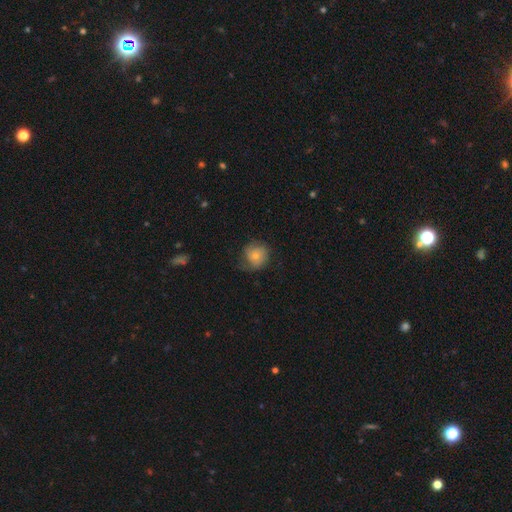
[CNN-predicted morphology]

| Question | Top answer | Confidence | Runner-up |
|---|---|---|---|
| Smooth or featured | smooth | 59% | featured or disk (33%) |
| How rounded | round | 83% | in between (16%) |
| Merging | none | 57% | minor disturbance (27%) |